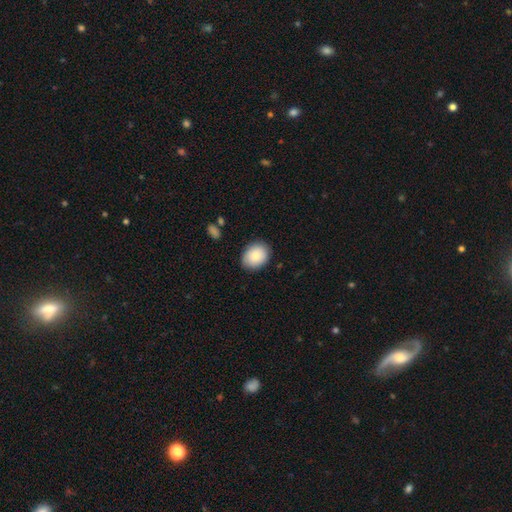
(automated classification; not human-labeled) Overall: smooth (85%). How rounded: in between (55%; round 45%). Merging: none (85%).